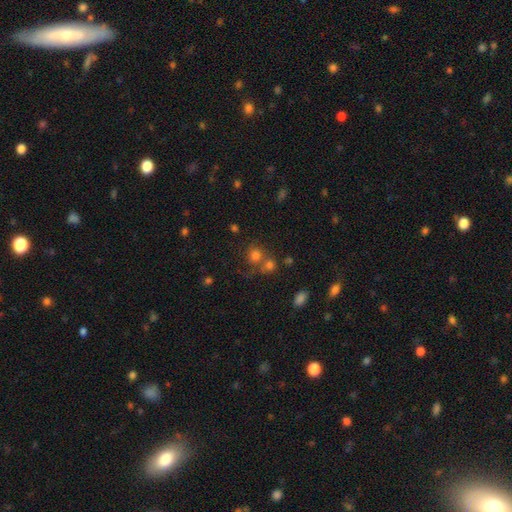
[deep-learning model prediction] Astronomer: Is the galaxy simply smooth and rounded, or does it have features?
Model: smooth — 68%.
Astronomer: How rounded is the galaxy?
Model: round — 85%.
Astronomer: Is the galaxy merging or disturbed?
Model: none — 55% (runner-up: merger, 31%).